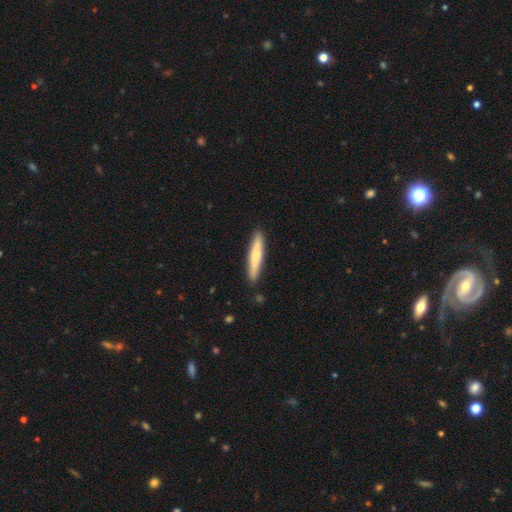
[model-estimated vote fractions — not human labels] A smooth galaxy with no disk features (66%) that is cigar-shaped (92%). Merging: none (89%).